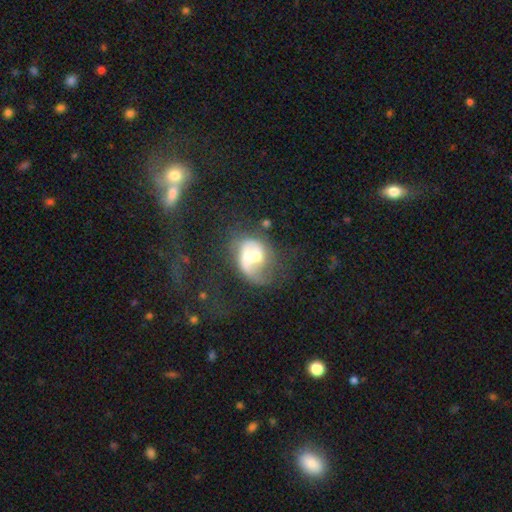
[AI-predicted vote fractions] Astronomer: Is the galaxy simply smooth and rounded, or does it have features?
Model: featured or disk — 60%.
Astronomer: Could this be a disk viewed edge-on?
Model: no — 97%.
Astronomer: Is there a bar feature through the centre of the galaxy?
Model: no — 64%.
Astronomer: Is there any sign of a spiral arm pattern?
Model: no — 51% (runner-up: yes, 49%).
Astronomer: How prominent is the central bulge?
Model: moderate — 55%.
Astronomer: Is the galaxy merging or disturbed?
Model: merger — 36% (runner-up: major disturbance, 26%).